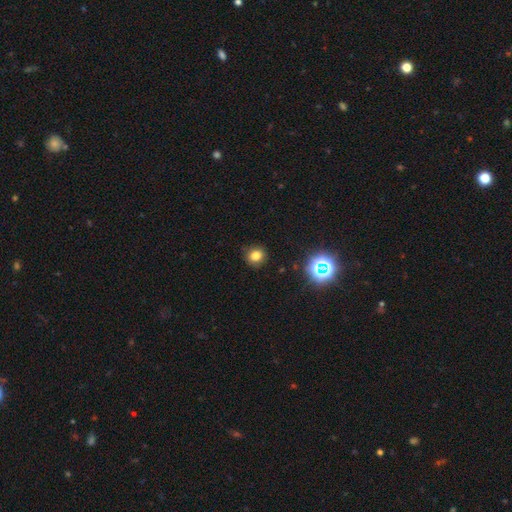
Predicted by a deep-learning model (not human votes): Overall: smooth (76%). How rounded: round (84%). Merging: none (87%).